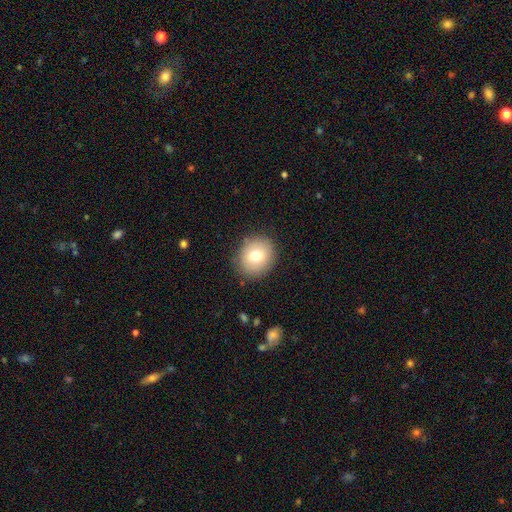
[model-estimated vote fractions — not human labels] A smooth galaxy with no disk features (74%) that is round (72%).

Vote fractions:
- Smooth or featured? smooth: 74% / featured or disk: 16% / star or artifact: 10%
- How rounded? round: 72% / in between: 27% / cigar-shaped: 1%
- Merging? none: 86% / minor disturbance: 10% / major disturbance: 3% / merger: 1%